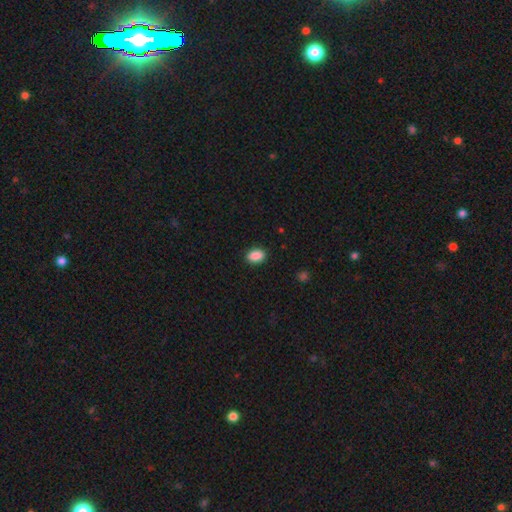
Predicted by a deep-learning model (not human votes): This is clearly a smooth galaxy (89%). How rounded: clearly in between (86%). Merging: clearly none (89%).